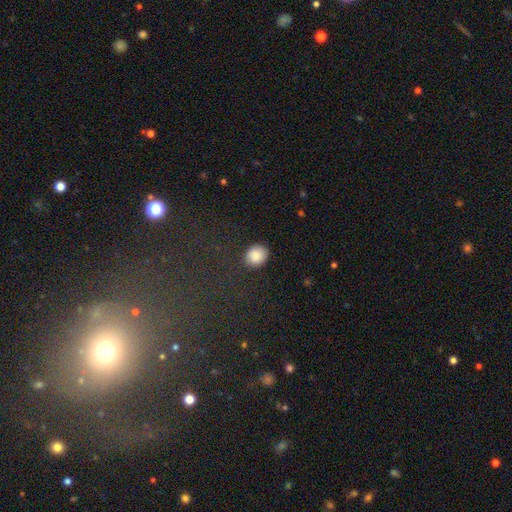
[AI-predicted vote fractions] Morphology: type=smooth (87%); roundness=round (69%); merging=none (86%).